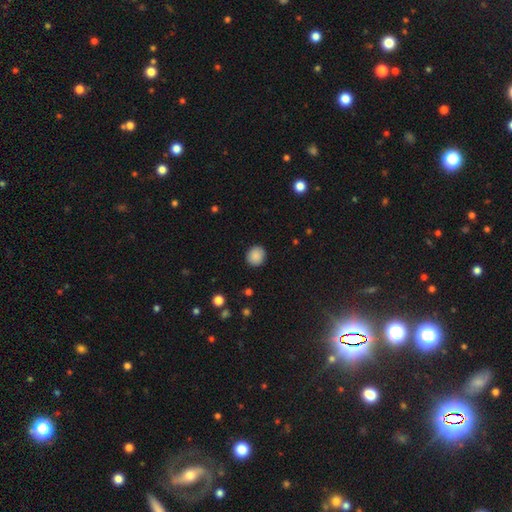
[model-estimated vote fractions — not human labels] The model was most divided on "how rounded": round: 84%, in between: 15%, cigar-shaped: 1%. More confident: merging — none (90%); smooth or featured — smooth (88%).